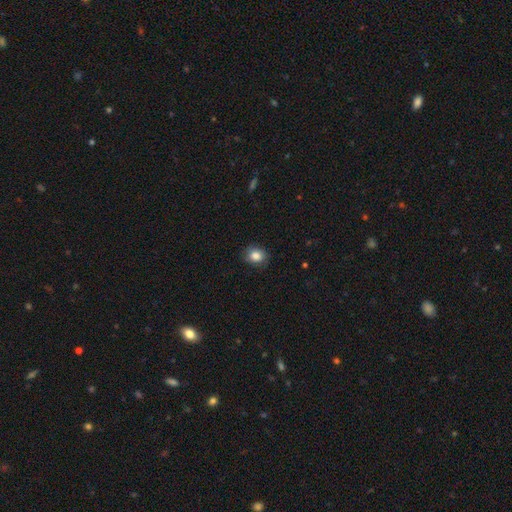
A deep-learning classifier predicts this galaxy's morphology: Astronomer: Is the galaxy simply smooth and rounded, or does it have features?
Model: smooth — 84%.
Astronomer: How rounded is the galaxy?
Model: round — 59% (runner-up: in between, 40%).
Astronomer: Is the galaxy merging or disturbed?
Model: none — 81%.